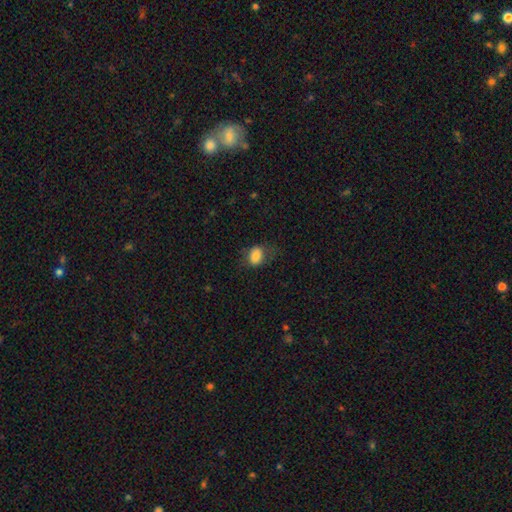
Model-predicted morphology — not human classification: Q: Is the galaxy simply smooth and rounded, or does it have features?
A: smooth — 80%.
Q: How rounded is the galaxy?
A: in between — 69%.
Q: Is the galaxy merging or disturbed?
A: none — 58%.